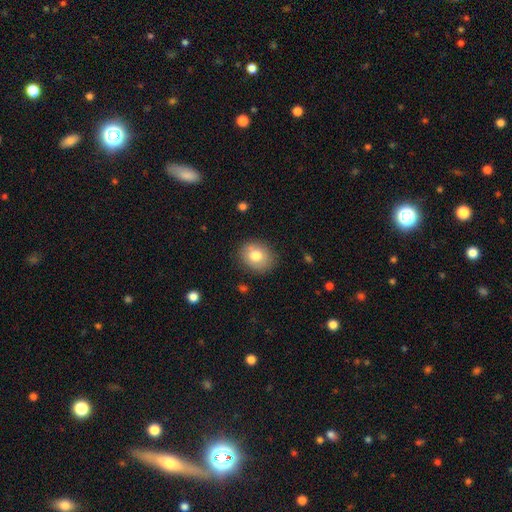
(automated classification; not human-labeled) Smooth or featured: smooth — 76% (featured or disk — 15%)
How rounded: round — 56% (in between — 43%)
Merging: none — 82% (minor disturbance — 13%)